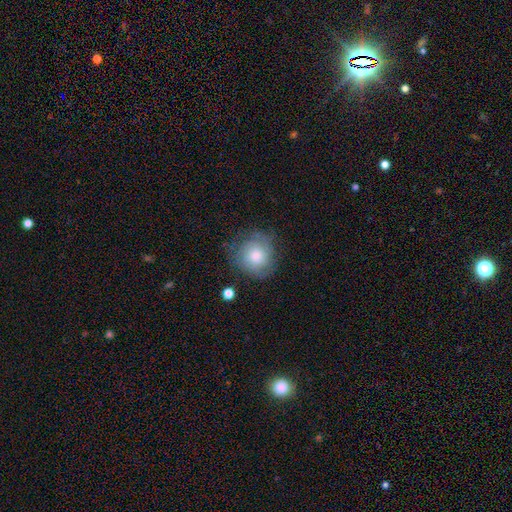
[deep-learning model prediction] smooth 56%, featured or disk 36%, star or artifact 8%. Down the decision tree: how rounded — round (87%); merging — none (69%).